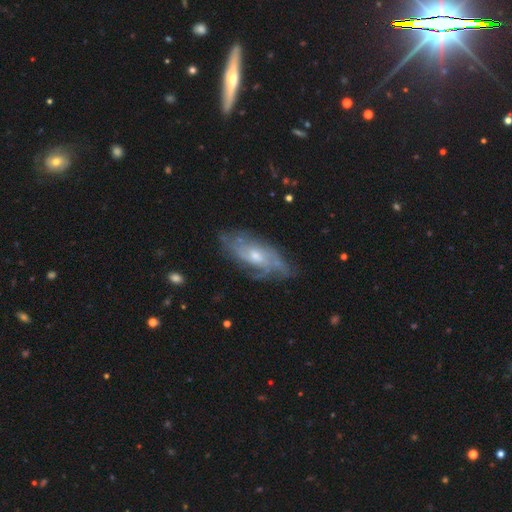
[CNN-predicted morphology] A featured or disk galaxy (78%) with no bar (69%), tight (47%) spiral arms (88%) and a moderate central bulge (51%).

Vote fractions:
- Smooth or featured? featured or disk: 78% / smooth: 15% / star or artifact: 7%
- Edge-on disk? no: 89% / yes: 11%
- Bar? no: 69% / weak: 27% / strong: 4%
- Spiral arms? yes: 88% / no: 12%
- Spiral winding? tight: 47% / medium: 38% / loose: 15%
- Spiral arm count? can't tell: 47% / 2: 19% / 3: 14% / 4: 9% / more than 4: 5% / 1: 5%
- Bulge size? moderate: 51% / small: 44% / large: 3% / none: 2% / dominant: 1%
- Merging? none: 70% / minor disturbance: 20% / major disturbance: 8% / merger: 2%